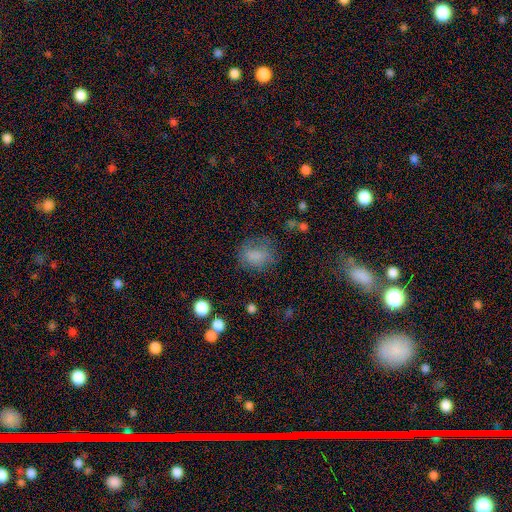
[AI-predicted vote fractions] A smooth galaxy with no disk features (78%) that is in between round and cigar-shaped (51%). Merging: none (64%).